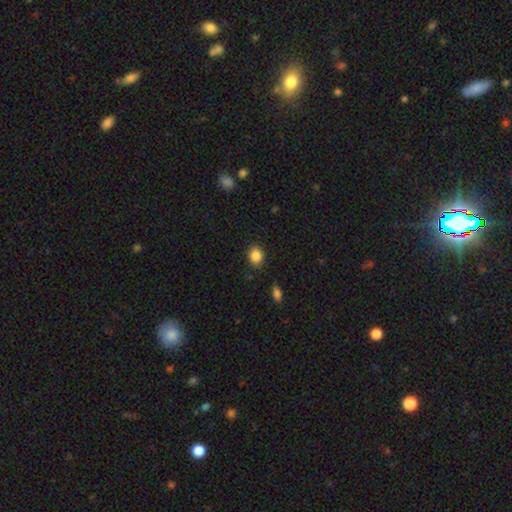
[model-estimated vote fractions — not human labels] Q: Smooth or featured?
A: smooth (86%); runner-up: star or artifact (10%)
Q: How rounded?
A: round (64%); runner-up: in between (35%)
Q: Merging?
A: none (87%); runner-up: minor disturbance (9%)